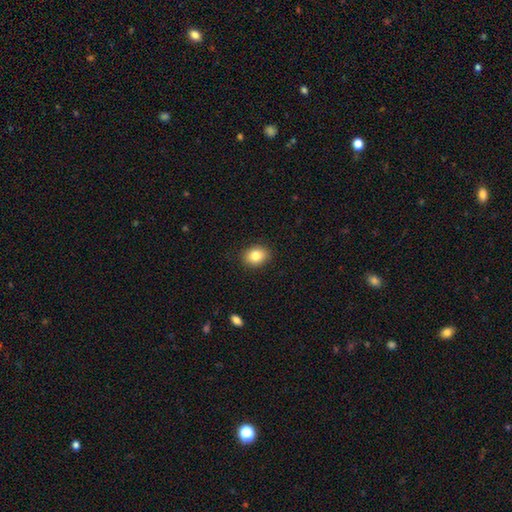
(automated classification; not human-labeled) Smooth or featured? smooth (83%)
How rounded? in between (58%)
Merging? none (89%)